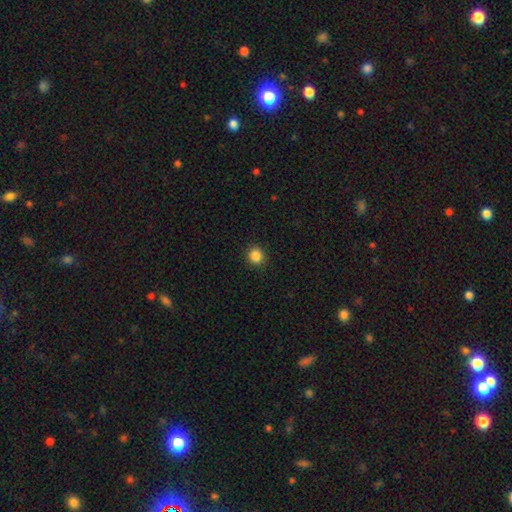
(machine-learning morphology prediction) This appears to be a smooth galaxy with no disk features (86%) that is round (83%). Merging: none (90%).